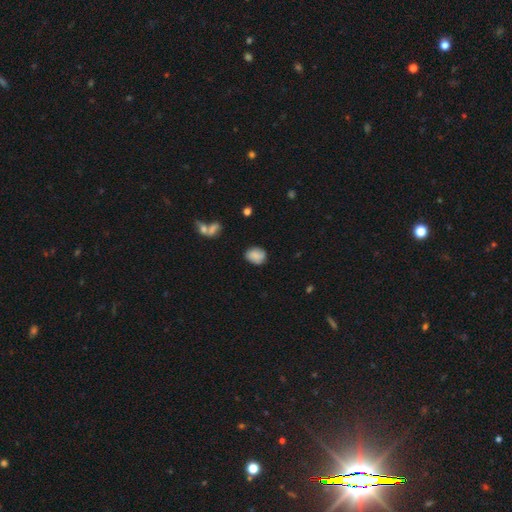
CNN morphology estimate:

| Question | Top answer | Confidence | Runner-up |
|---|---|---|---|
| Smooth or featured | smooth | 76% | featured or disk (15%) |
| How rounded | in between | 52% | round (47%) |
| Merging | none | 73% | minor disturbance (20%) |